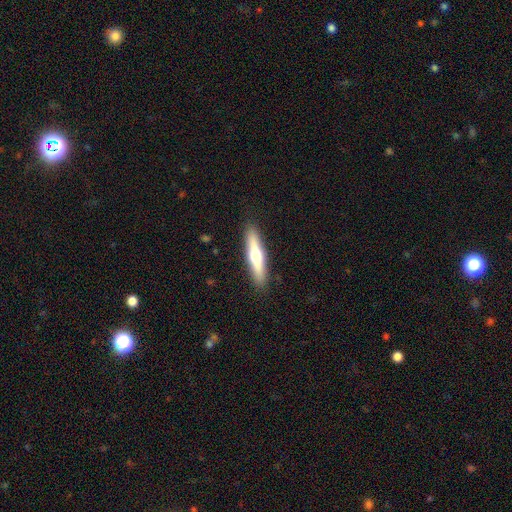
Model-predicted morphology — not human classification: A featured or disk galaxy (52%) viewed edge-on (94%). Merging: none (90%).